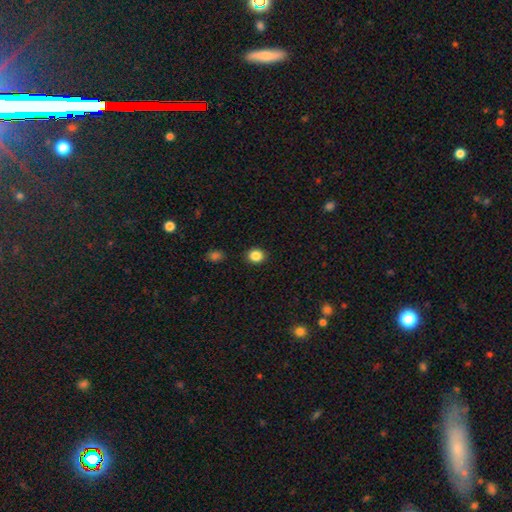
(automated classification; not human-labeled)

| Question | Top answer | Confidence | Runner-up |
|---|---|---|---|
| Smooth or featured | smooth | 86% | star or artifact (11%) |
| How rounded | round | 78% | in between (21%) |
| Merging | none | 90% | minor disturbance (6%) |